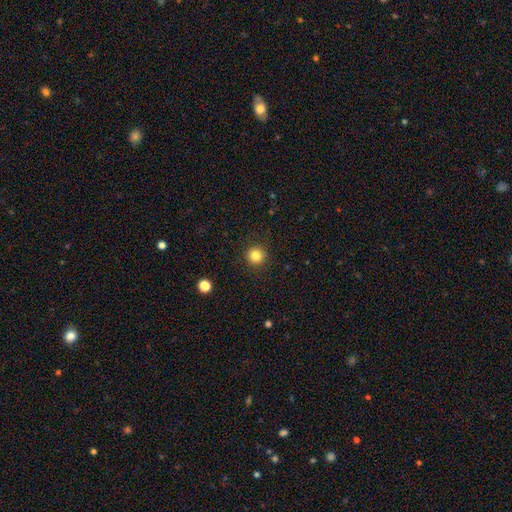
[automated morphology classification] Q: Smooth or featured?
A: smooth (83%); runner-up: star or artifact (12%)
Q: How rounded?
A: round (94%); runner-up: in between (5%)
Q: Merging?
A: none (92%); runner-up: minor disturbance (5%)